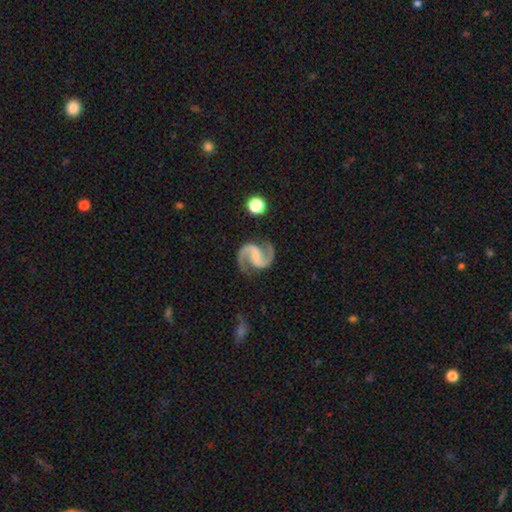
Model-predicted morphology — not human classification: This is clearly a featured or disk galaxy (93%). It is clearly not viewed edge-on (99%). Bar: marginally weak (39%). Spiral arm pattern: clearly yes (99%). Spiral arm count: clearly 2 (95%). Spiral winding: likely medium (63%). Central bulge: possibly none (53%). Merging: clearly none (83%).